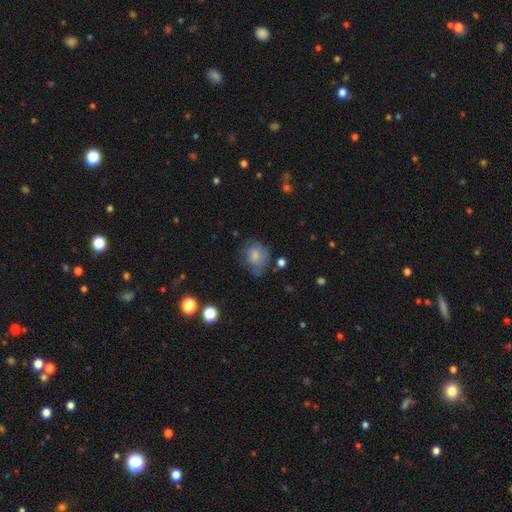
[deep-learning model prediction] Overall: smooth (72%). How rounded: round (62%; in between 37%). Merging: none (57%; minor disturbance 27%).